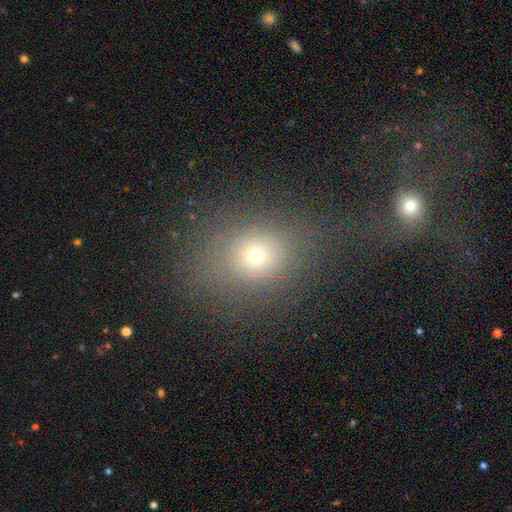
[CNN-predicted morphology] Smooth or featured? smooth (66%)
How rounded? round (61%)
Merging? none (75%)